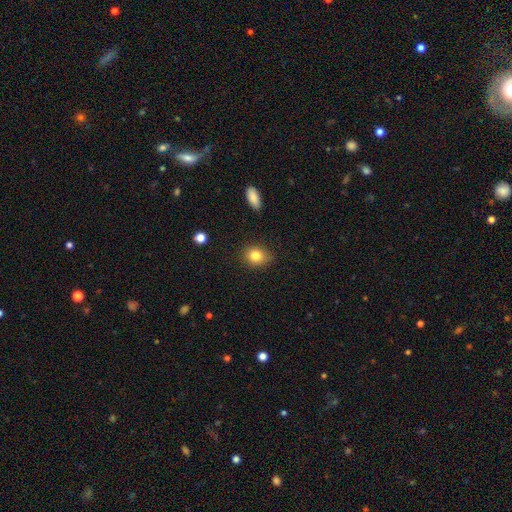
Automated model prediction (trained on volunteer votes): Morphology: type=smooth (82%); roundness=round (61%); merging=none (80%).